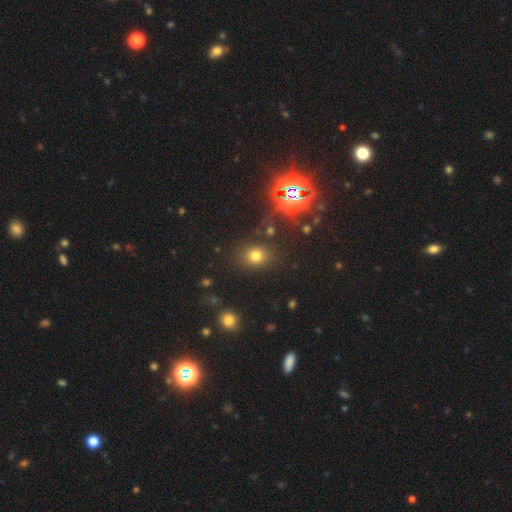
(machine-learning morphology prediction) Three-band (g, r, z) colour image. It shows a smooth galaxy with no disk features (70%) that is round (63%). Merging: none (81%).